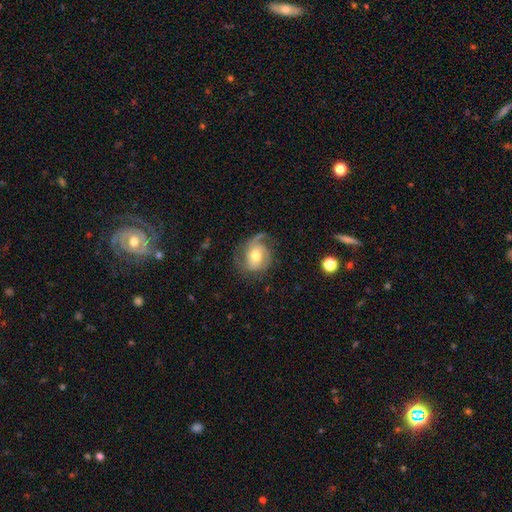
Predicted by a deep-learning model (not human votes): This appears to be a featured or disk galaxy (74%) with no bar (62%), 2 (46%) medium (41%) spiral arms (92%) and a moderate central bulge (73%). Merging: none (59%).